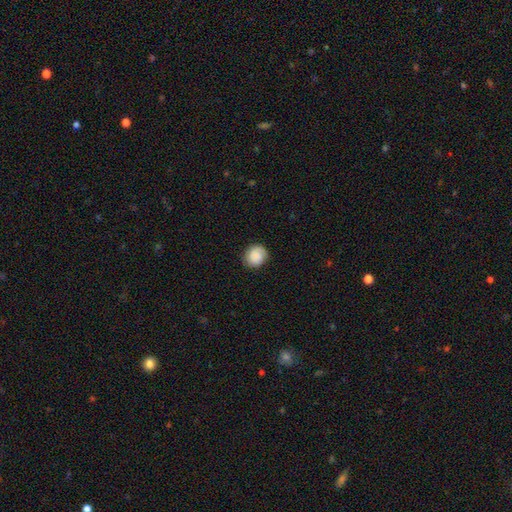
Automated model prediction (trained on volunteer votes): smooth-or-featured: smooth: 83% | featured or disk: 9% | star or artifact: 7%
  how-rounded: round: 78% | in between: 21% | cigar-shaped: 1%
  merging: none: 83% | minor disturbance: 13% | major disturbance: 3% | merger: 1%